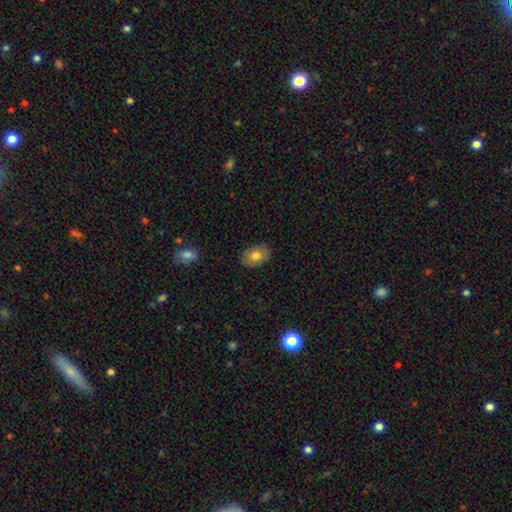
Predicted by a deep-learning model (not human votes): smooth_or_featured: smooth (p=0.77) [alt: featured or disk p=0.15]
how_rounded: in between (p=0.83) [alt: round p=0.16]
merging: none (p=0.87) [alt: minor disturbance p=0.10]